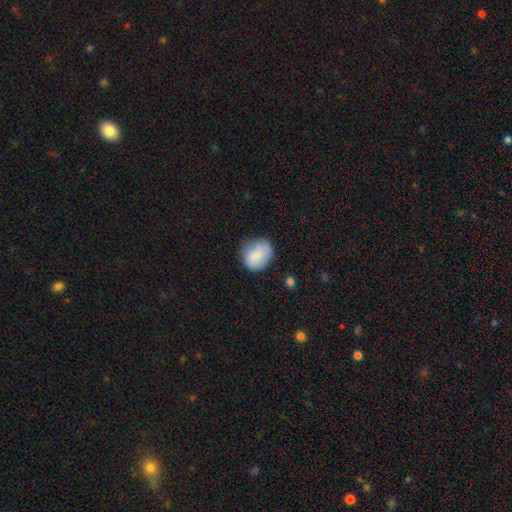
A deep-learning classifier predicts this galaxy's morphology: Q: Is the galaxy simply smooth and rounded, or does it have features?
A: smooth — 77%.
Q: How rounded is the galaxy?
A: round — 70%.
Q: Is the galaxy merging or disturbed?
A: none — 70%.